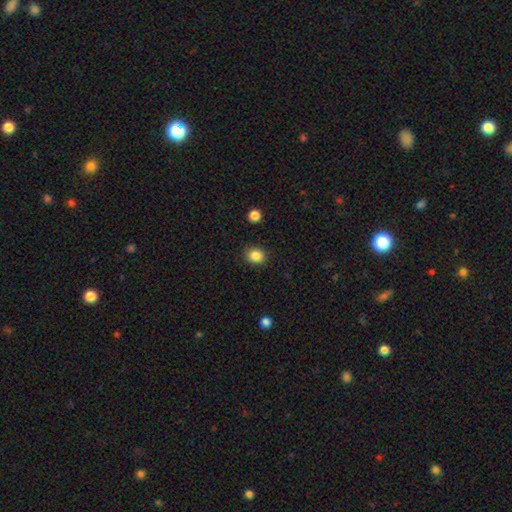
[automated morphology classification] Smooth or featured: smooth — 86% (star or artifact — 10%)
How rounded: round — 67% (in between — 32%)
Merging: none — 87% (minor disturbance — 9%)